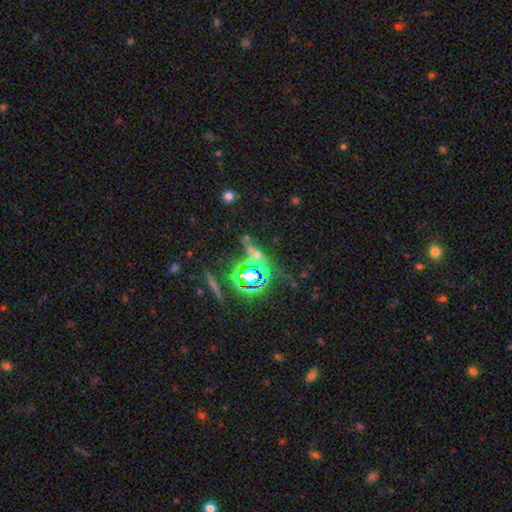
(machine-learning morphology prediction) Overall: star or artifact (62%; smooth 22%).